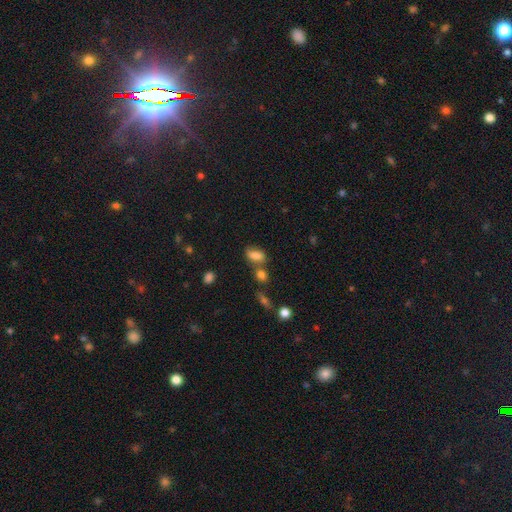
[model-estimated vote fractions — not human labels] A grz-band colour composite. It shows a smooth galaxy with no disk features (80%) that is in between round and cigar-shaped (85%). Merging: none (52%).